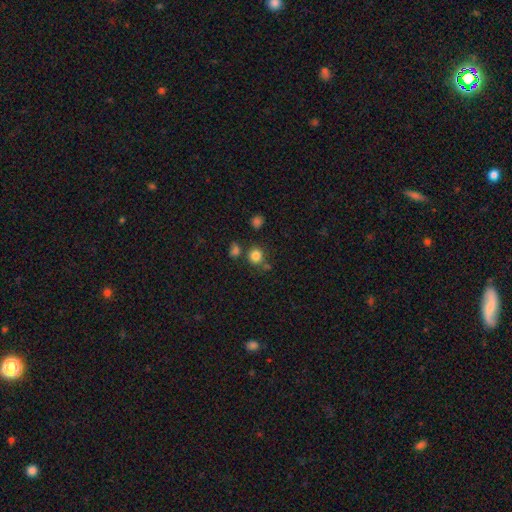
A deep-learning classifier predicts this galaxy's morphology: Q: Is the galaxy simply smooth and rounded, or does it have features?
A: smooth — 81%.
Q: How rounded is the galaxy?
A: round — 89%.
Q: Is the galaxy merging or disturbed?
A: none — 74%.